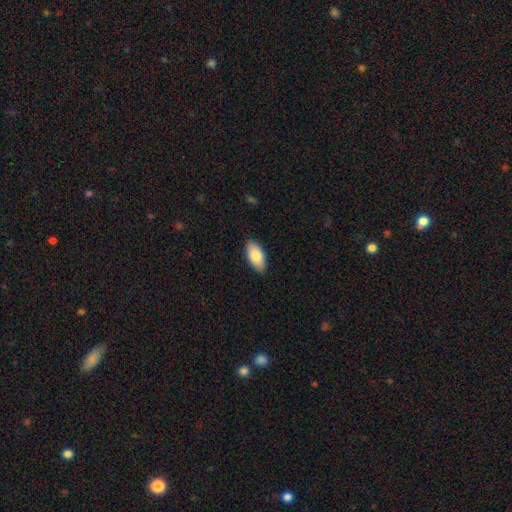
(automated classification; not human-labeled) smooth 84%, featured or disk 11%, star or artifact 6%. Down the decision tree: how rounded — in between (93%); merging — none (87%).